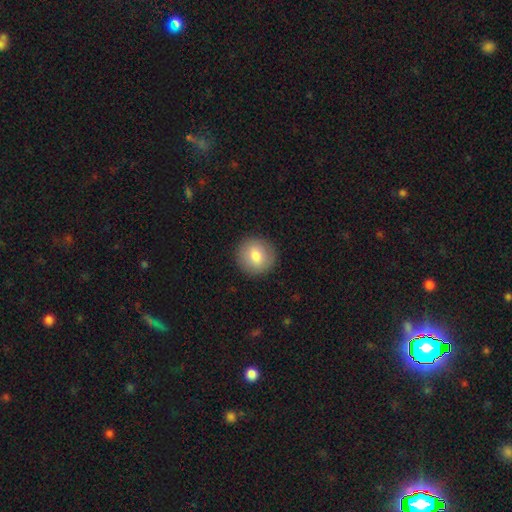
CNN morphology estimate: The model was most divided on "smooth or featured": smooth: 81%, featured or disk: 12%, star or artifact: 8%. More confident: how rounded — round (93%); merging — none (91%).